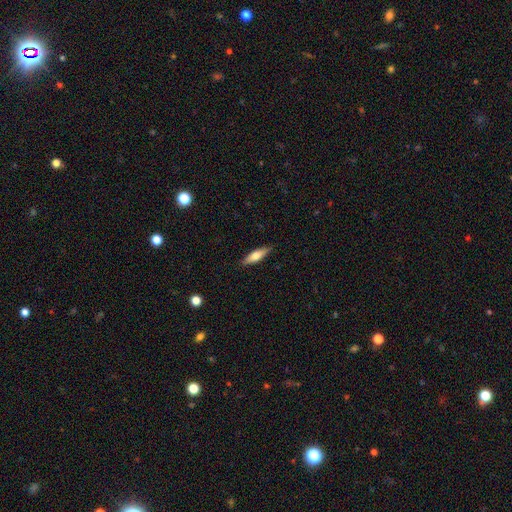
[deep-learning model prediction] Smooth or featured: smooth — 56% (featured or disk — 38%)
How rounded: cigar-shaped — 63% (in between — 35%)
Merging: none — 89% (minor disturbance — 9%)